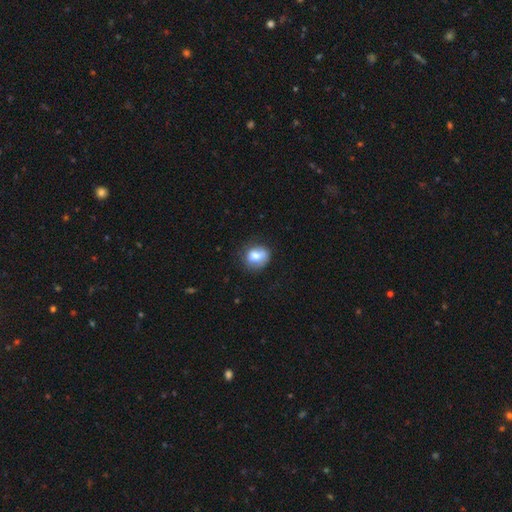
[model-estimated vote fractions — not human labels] smooth 74%, featured or disk 17%, star or artifact 9%. Down the decision tree: how rounded — round (61%); merging — none (62%).